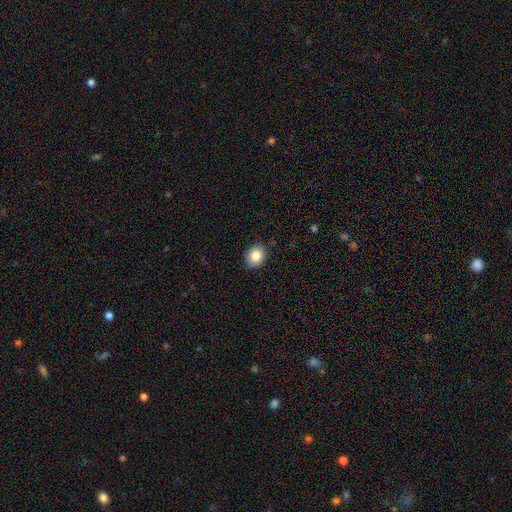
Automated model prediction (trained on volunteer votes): smooth-or-featured: smooth: 86% | star or artifact: 9% | featured or disk: 5%
  how-rounded: round: 58% | in between: 41% | cigar-shaped: 1%
  merging: none: 88% | minor disturbance: 9% | major disturbance: 2% | merger: 1%